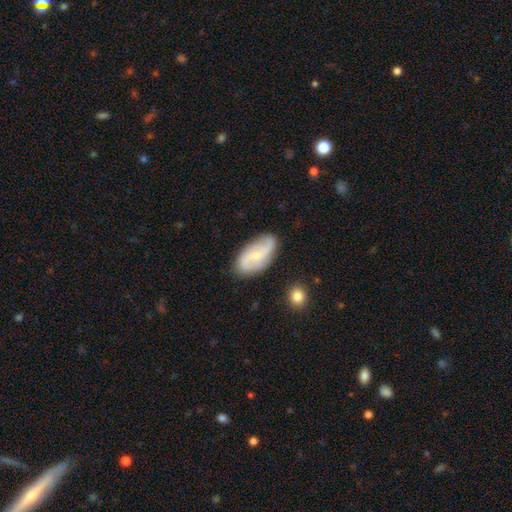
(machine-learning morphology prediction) This appears to be a featured or disk galaxy (69%) with no bar (46%), 2 (84%) loose (50%) spiral arms (91%) and a small central bulge (65%). Merging: none (79%).